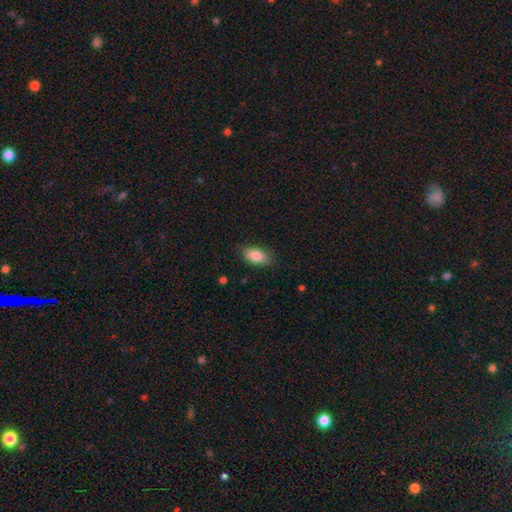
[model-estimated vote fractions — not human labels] Smooth or featured? smooth (87%)
How rounded? in between (92%)
Merging? none (82%)